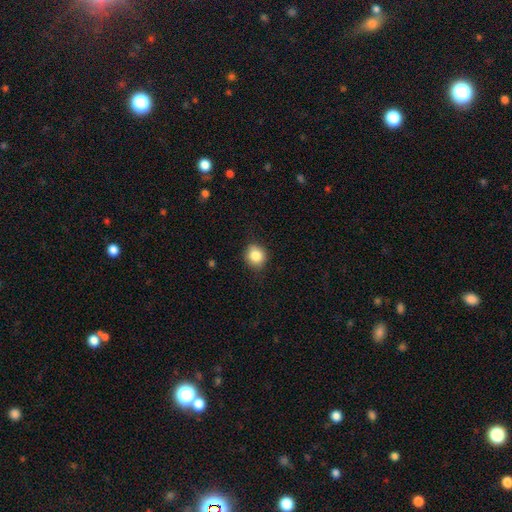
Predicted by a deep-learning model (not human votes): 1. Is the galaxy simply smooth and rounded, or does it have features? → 84% smooth, 10% star or artifact, 7% featured or disk.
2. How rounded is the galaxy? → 76% round, 23% in between, 1% cigar-shaped.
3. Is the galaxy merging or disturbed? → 82% none, 14% minor disturbance, 3% major disturbance, 1% merger.